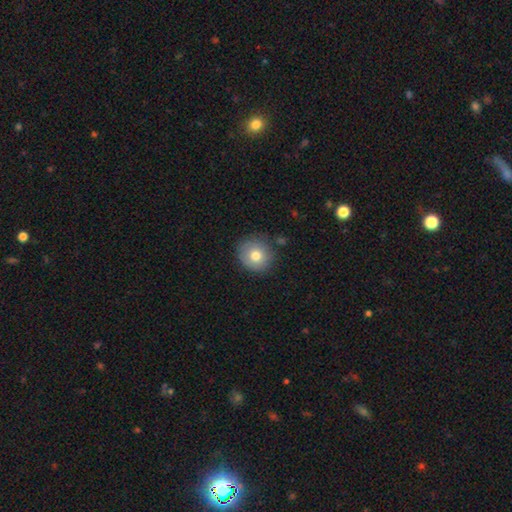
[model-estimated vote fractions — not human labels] smooth_or_featured: smooth (p=0.75) [alt: featured or disk p=0.15]
how_rounded: round (p=0.90) [alt: in between p=0.09]
merging: none (p=0.82) [alt: minor disturbance p=0.13]